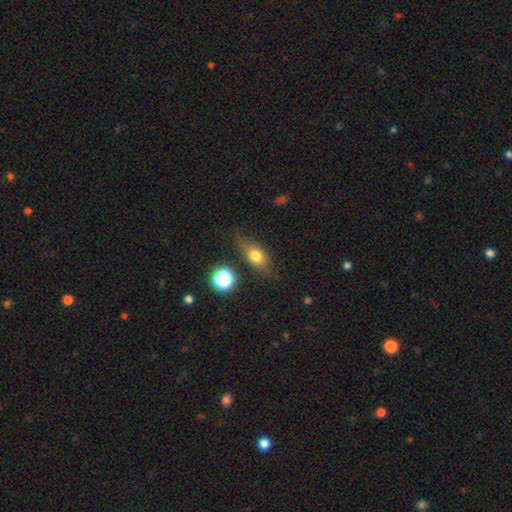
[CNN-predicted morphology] A smooth galaxy with no disk features (70%) that is in between round and cigar-shaped (64%). Merging: none (64%).